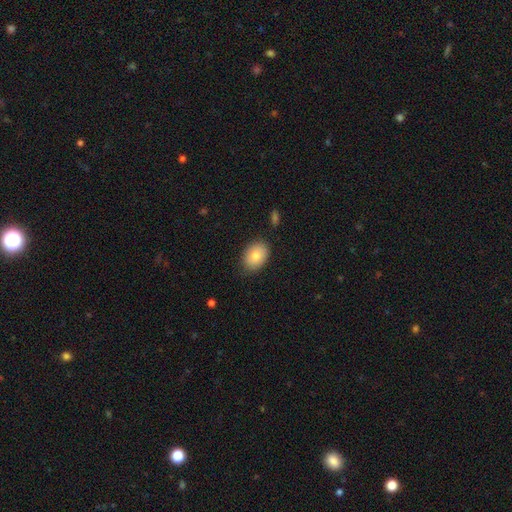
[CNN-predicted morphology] Smooth or featured? Predicted: smooth (p=0.83). How rounded? Predicted: in between (p=0.80). Merging? Predicted: none (p=0.82).